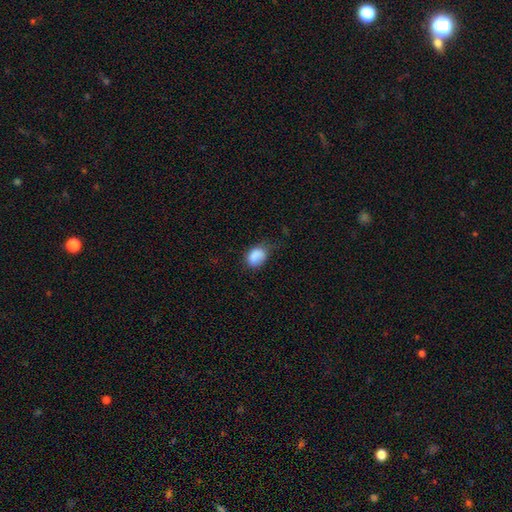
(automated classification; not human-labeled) Smooth or featured: smooth — 84% (star or artifact — 9%)
How rounded: in between — 68% (round — 31%)
Merging: none — 48% (minor disturbance — 36%)